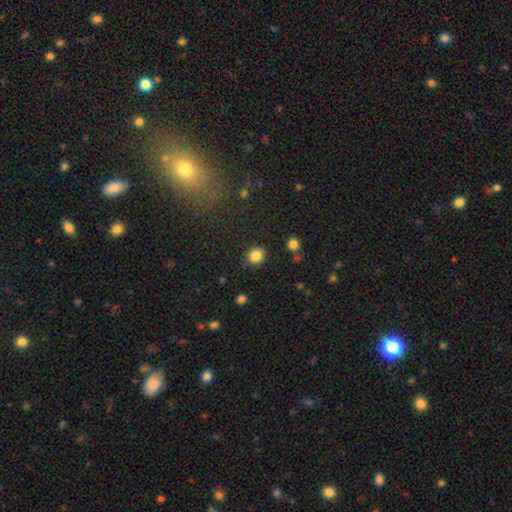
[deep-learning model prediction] The model was most divided on "how rounded": round: 85%, in between: 14%, cigar-shaped: 1%. More confident: merging — none (87%); smooth or featured — smooth (85%).